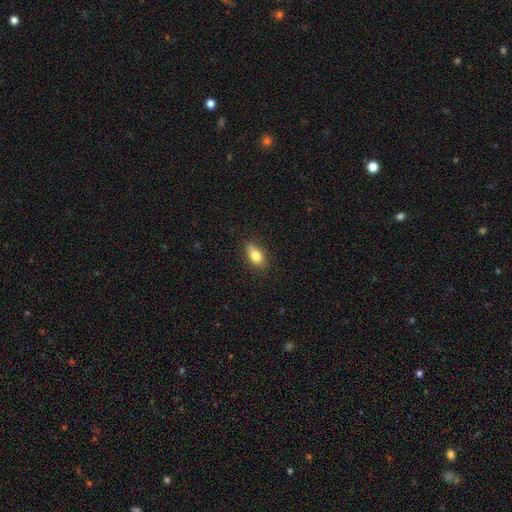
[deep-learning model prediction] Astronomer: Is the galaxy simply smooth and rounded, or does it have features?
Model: smooth — 77%.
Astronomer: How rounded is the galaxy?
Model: in between — 80%.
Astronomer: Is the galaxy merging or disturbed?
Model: none — 80%.